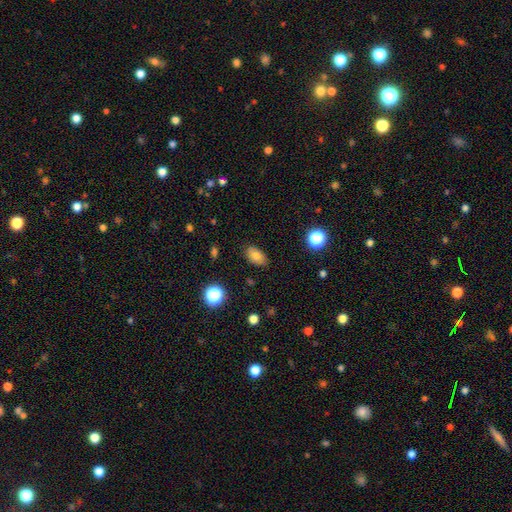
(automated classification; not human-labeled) Smooth or featured?
  - smooth: 78% *
  - featured or disk: 11%
  - star or artifact: 11%
How rounded?
  - in between: 88% *
  - round: 10%
  - cigar-shaped: 2%
Merging?
  - none: 84% *
  - minor disturbance: 12%
  - major disturbance: 3%
  - merger: 1%